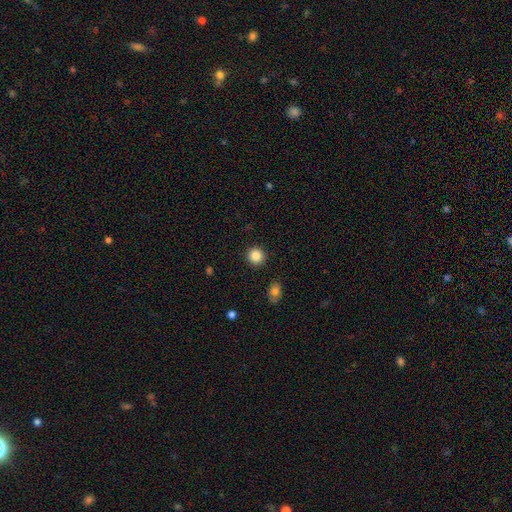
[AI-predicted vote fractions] A smooth galaxy with no disk features (86%) that is round (92%). Merging: none (91%).